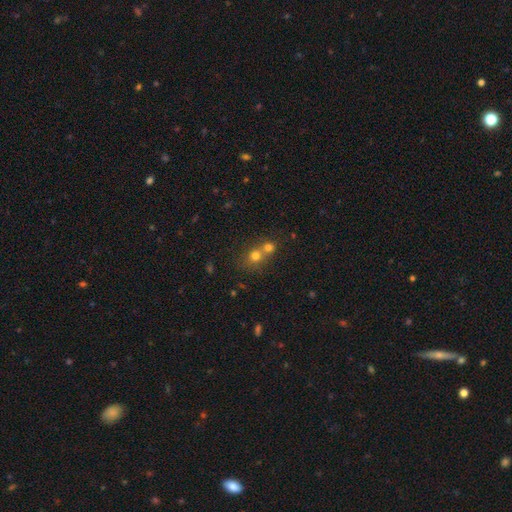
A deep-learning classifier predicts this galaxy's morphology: smooth_or_featured: smooth (p=0.69) [alt: star or artifact p=0.16]
how_rounded: round (p=0.78) [alt: in between p=0.21]
merging: merger (p=0.58) [alt: none p=0.34]